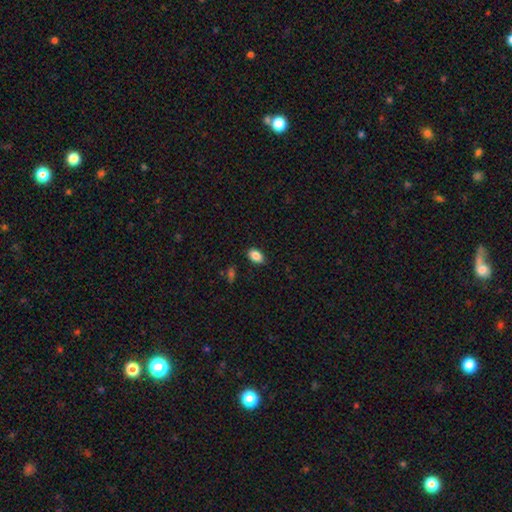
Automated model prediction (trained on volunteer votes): Smooth or featured? Predicted: smooth (p=0.87). How rounded? Predicted: in between (p=0.88). Merging? Predicted: none (p=0.87).